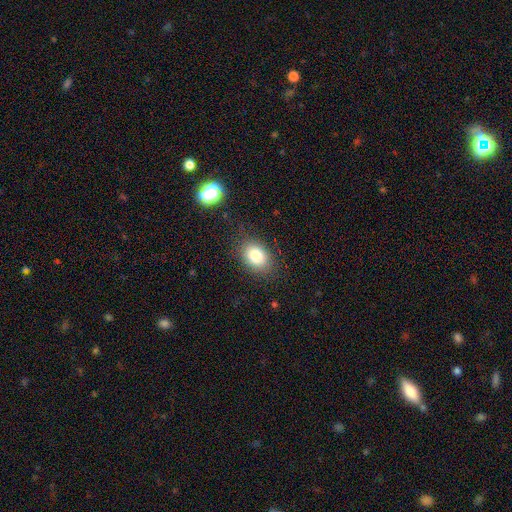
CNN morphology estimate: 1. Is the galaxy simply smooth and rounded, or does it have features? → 81% smooth, 10% star or artifact, 9% featured or disk.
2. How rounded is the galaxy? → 73% in between, 26% round, 1% cigar-shaped.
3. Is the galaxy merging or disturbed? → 84% none, 11% minor disturbance, 4% major disturbance, 1% merger.